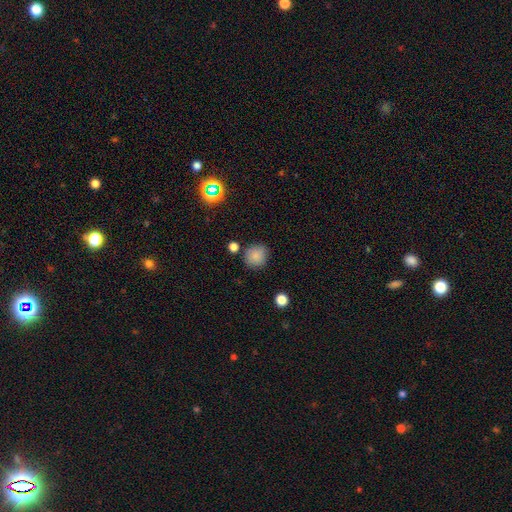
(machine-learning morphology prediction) smooth-or-featured: smooth: 83% | star or artifact: 11% | featured or disk: 6%
  how-rounded: round: 90% | in between: 9% | cigar-shaped: 1%
  merging: none: 80% | minor disturbance: 12% | merger: 5% | major disturbance: 3%